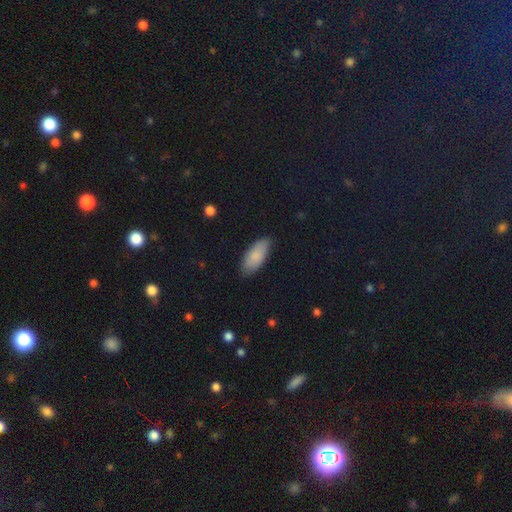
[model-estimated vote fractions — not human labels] Smooth or featured?
  - smooth: 86% *
  - featured or disk: 9%
  - star or artifact: 6%
How rounded?
  - in between: 86% *
  - cigar-shaped: 12%
  - round: 2%
Merging?
  - none: 82% *
  - minor disturbance: 14%
  - major disturbance: 2%
  - merger: 1%